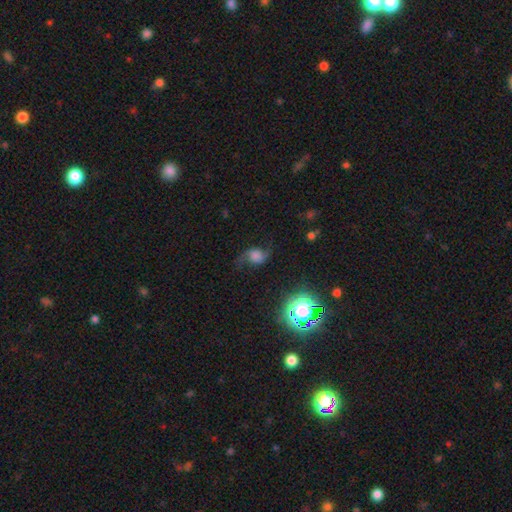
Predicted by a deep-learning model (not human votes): smooth-or-featured: featured or disk: 53% | smooth: 31% | star or artifact: 16%
  disk-edge-on: no: 96% | yes: 4%
    bar: no: 67% | weak: 26% | strong: 8%
    has-spiral-arms: yes: 91% | no: 9%
    bulge-size: none: 26% | large: 21% | dominant: 20% | moderate: 17% | small: 16%
  merging: none: 60% | minor disturbance: 21% | major disturbance: 17% | merger: 2%